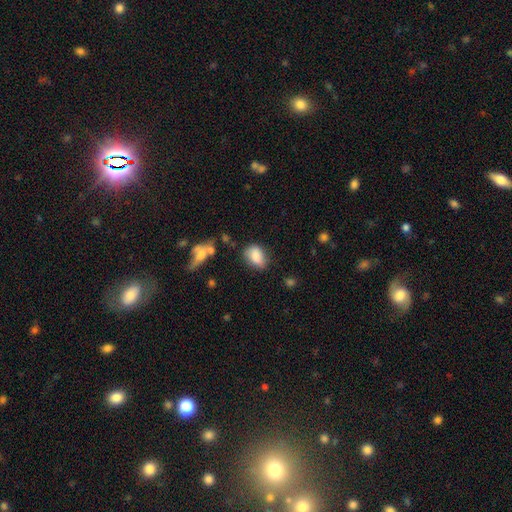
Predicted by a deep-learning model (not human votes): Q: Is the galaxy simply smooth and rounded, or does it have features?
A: smooth — 81%.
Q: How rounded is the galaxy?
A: in between — 79%.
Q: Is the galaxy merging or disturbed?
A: none — 62%.